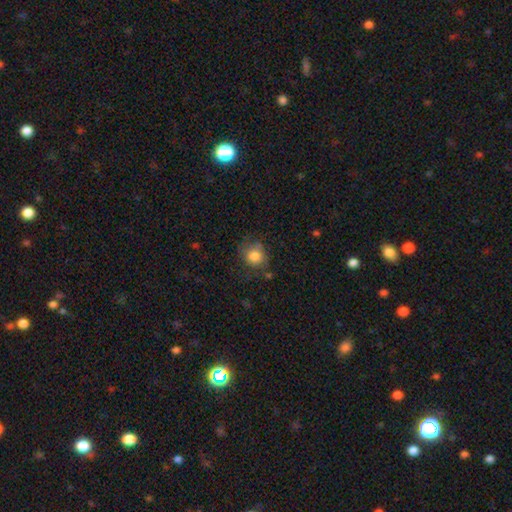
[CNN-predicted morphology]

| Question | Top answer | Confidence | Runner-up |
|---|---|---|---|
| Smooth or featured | smooth | 81% | star or artifact (10%) |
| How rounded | round | 75% | in between (24%) |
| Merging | none | 65% | minor disturbance (23%) |